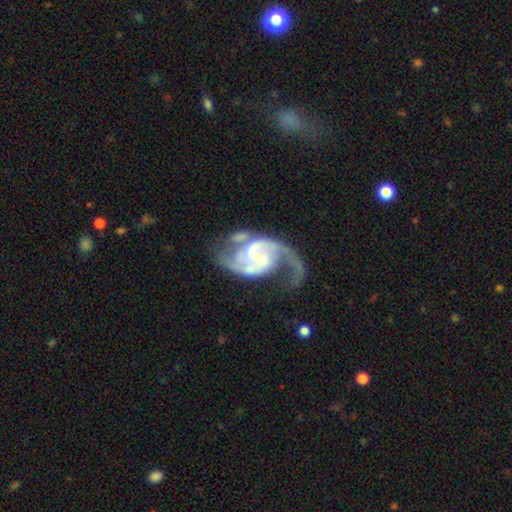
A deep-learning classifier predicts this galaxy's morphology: This appears to be a featured or disk galaxy (90%) with a weak bar (48%), 2 (83%) medium (44%) spiral arms (96%) and no central bulge (46%). Merging: none (42%).